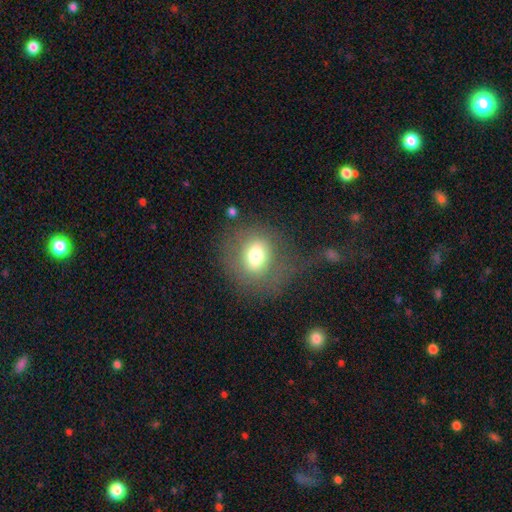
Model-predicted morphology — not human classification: This appears to be a smooth galaxy with no disk features (67%) that is round (73%). Merging: none (53%).